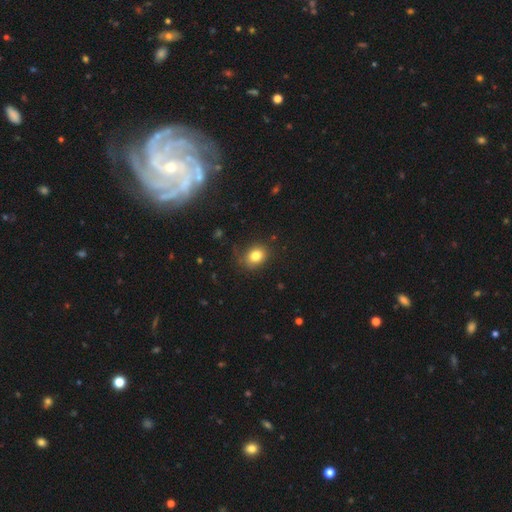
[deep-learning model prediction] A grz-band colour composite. It shows a smooth galaxy with no disk features (81%) that is in between round and cigar-shaped (52%). Merging: none (77%).